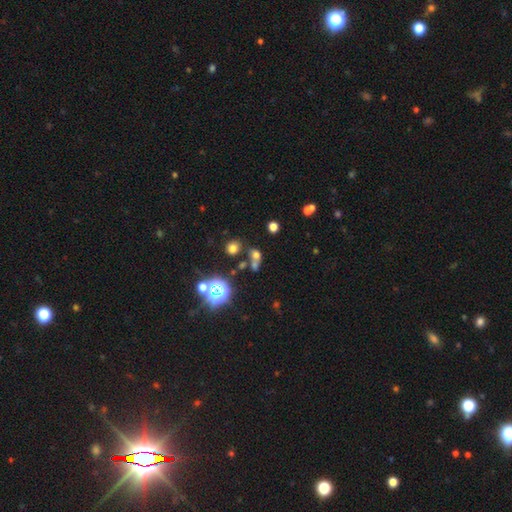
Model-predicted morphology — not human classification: Smooth or featured: smooth — 56% (star or artifact — 30%)
How rounded: round — 51% (in between — 45%)
Merging: none — 43% (merger — 36%)